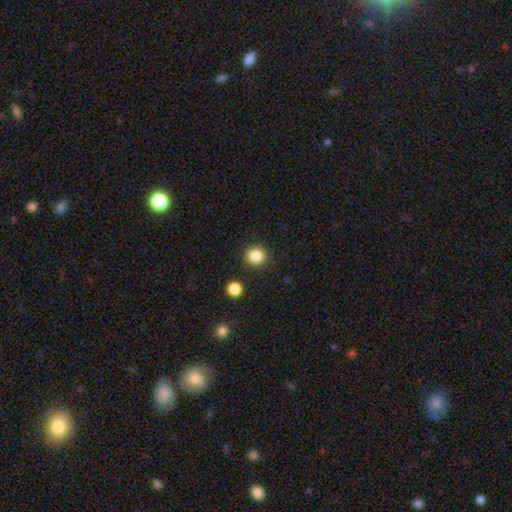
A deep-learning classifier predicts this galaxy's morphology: This appears to be a smooth galaxy with no disk features (85%) that is round (91%). Merging: none (88%).